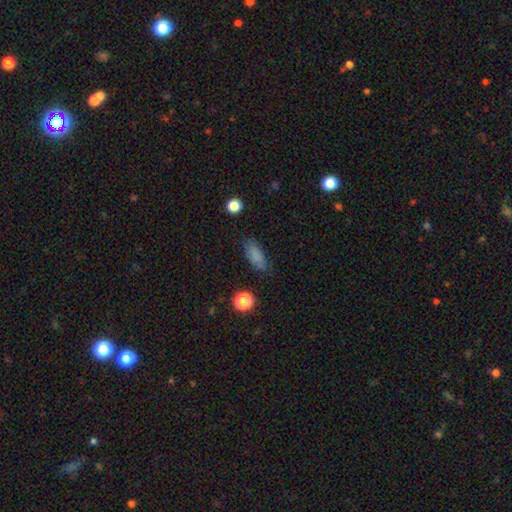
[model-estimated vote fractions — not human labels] This appears to be a smooth galaxy with no disk features (82%) that is in between round and cigar-shaped (72%). Merging: none (77%).